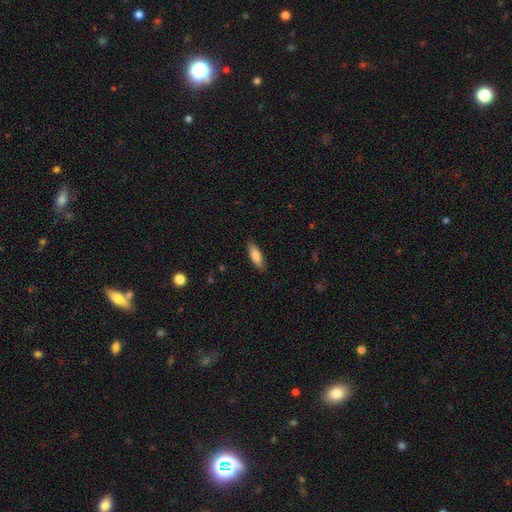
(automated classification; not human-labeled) This appears to be a smooth galaxy with no disk features (81%) that is in between round and cigar-shaped (56%). Merging: none (87%).